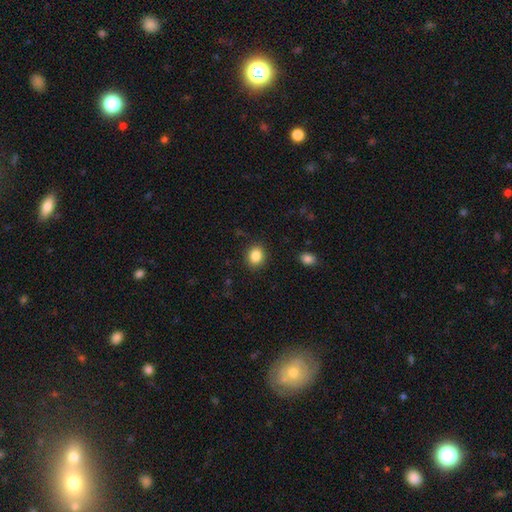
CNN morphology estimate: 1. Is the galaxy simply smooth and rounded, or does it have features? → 85% smooth, 9% star or artifact, 5% featured or disk.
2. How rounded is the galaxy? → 64% round, 36% in between, 1% cigar-shaped.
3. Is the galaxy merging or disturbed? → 89% none, 8% minor disturbance, 2% major disturbance, 1% merger.